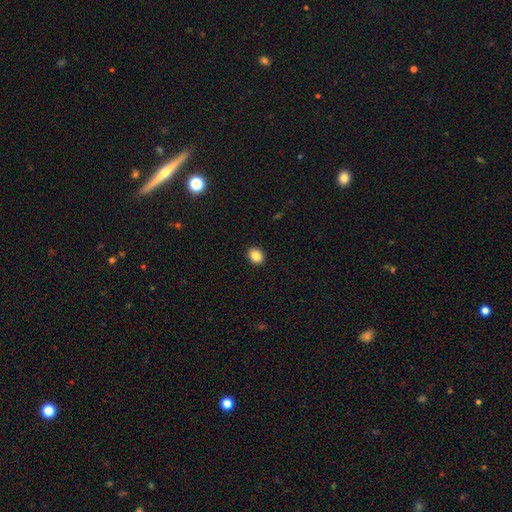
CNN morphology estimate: smooth 87%, star or artifact 9%, featured or disk 4%. Down the decision tree: how rounded — round (54%); merging — none (92%).